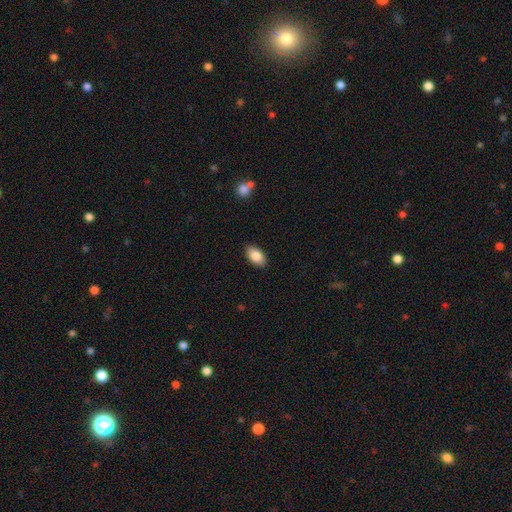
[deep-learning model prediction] smooth_or_featured: smooth (p=0.86) [alt: featured or disk p=0.07]
how_rounded: in between (p=0.93) [alt: round p=0.05]
merging: none (p=0.88) [alt: minor disturbance p=0.09]